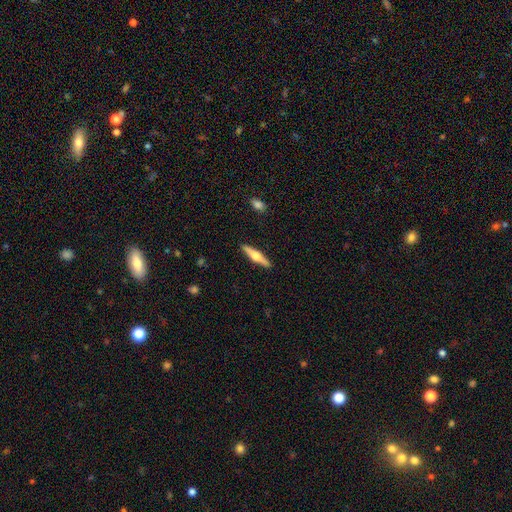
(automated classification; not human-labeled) Morphology: type=featured or disk (62%); edge-on=yes (97%); edge-on bulge=rounded (94%); merging=none (91%).